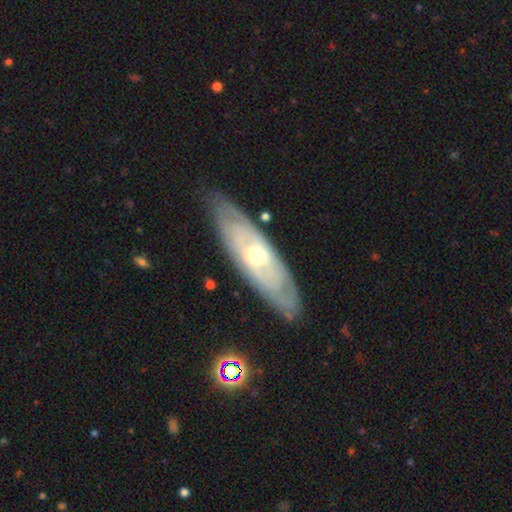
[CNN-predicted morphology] Overall: featured or disk (71%). Edge-on disk: no (73%). Bar: no (70%). Spiral arms: yes (63%; no 37%). Bulge size: moderate (52%; small 43%). Merging: none (80%).